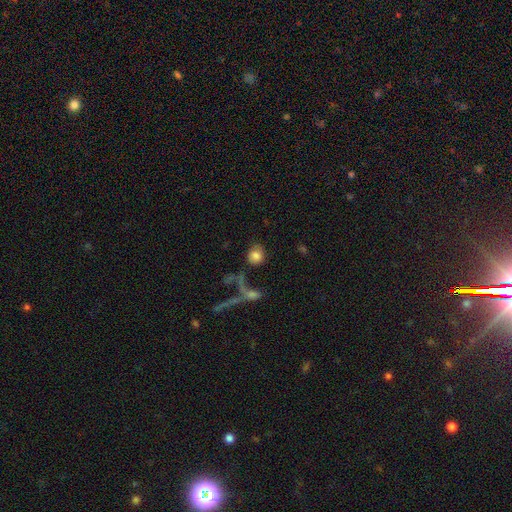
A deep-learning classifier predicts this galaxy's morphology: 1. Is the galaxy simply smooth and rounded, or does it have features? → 79% smooth, 11% featured or disk, 10% star or artifact.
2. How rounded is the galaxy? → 72% round, 26% in between, 2% cigar-shaped.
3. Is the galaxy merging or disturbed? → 58% none, 15% merger, 14% minor disturbance, 13% major disturbance.